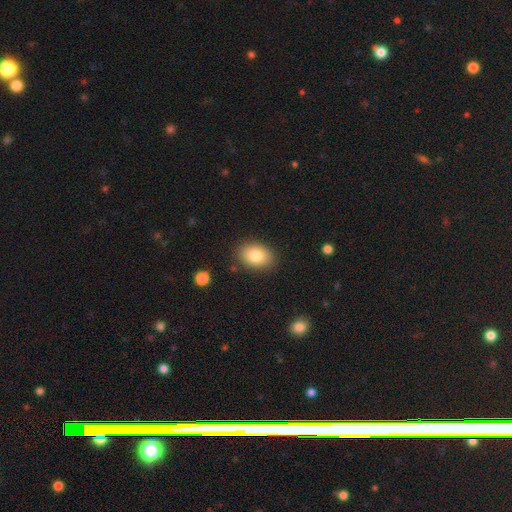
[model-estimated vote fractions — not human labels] smooth 83%, featured or disk 9%, star or artifact 8%. Down the decision tree: how rounded — in between (82%); merging — none (86%).